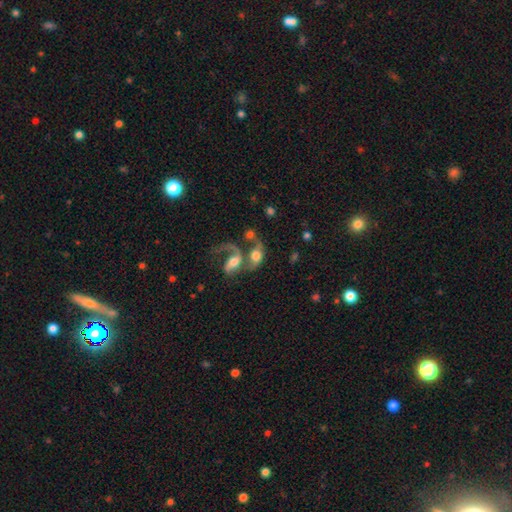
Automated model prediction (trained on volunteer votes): Smooth or featured: featured or disk — 57% (smooth — 34%)
Edge-on disk: no — 95% (yes — 5%)
Bar: no — 55% (weak — 32%)
Spiral arms: yes — 77% (no — 23%)
Bulge size: moderate — 47% (large — 29%)
Merging: merger — 70% (none — 12%)